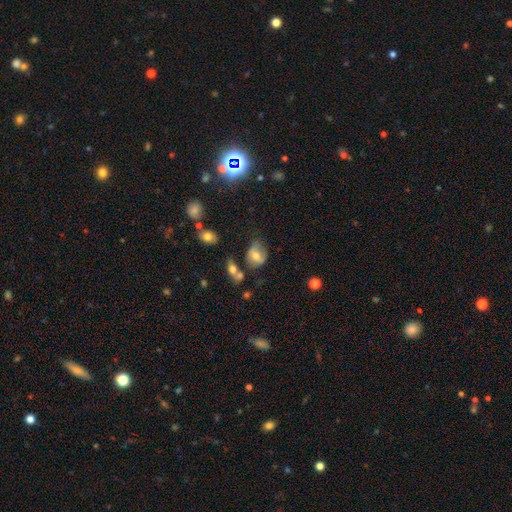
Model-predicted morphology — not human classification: This appears to be a smooth galaxy with no disk features (59%) that is round (50%). Merging: none (48%).